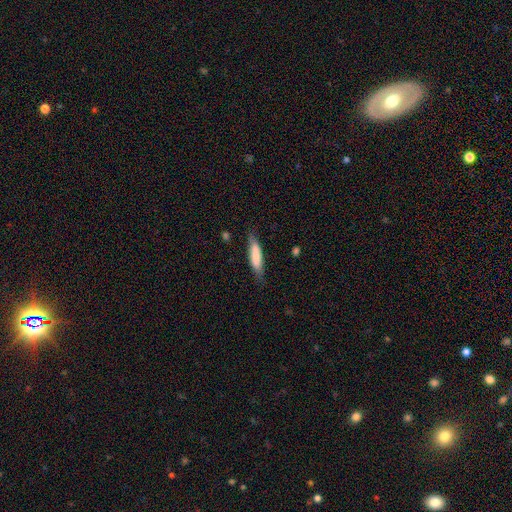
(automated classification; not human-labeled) Smooth or featured? smooth (77%)
How rounded? cigar-shaped (76%)
Merging? none (76%)